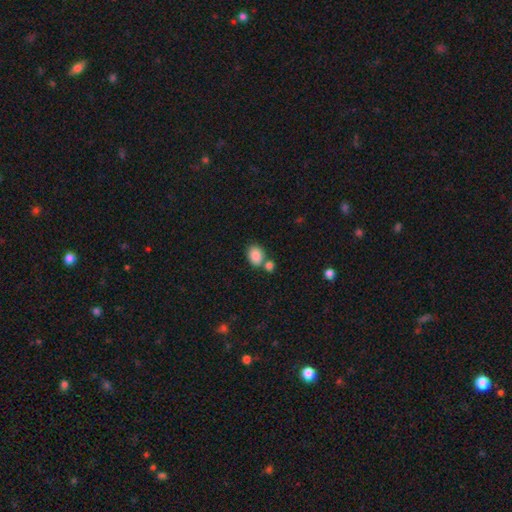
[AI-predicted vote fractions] A smooth galaxy with no disk features (87%) that is in between round and cigar-shaped (72%).

Vote fractions:
- Smooth or featured? smooth: 87% / star or artifact: 8% / featured or disk: 5%
- How rounded? in between: 72% / round: 26% / cigar-shaped: 1%
- Merging? none: 57% / merger: 27% / minor disturbance: 12% / major disturbance: 4%